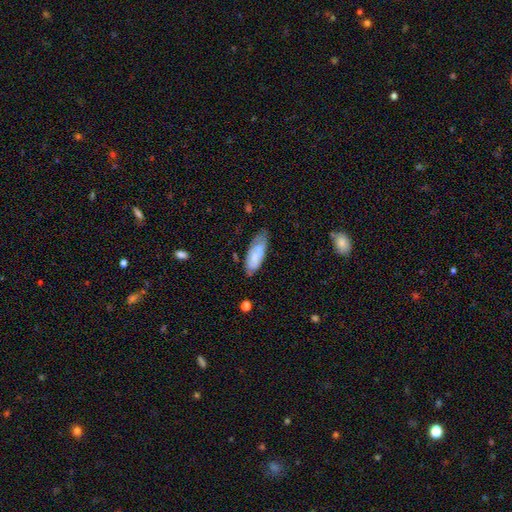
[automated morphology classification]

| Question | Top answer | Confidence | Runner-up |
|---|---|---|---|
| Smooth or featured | smooth | 61% | featured or disk (32%) |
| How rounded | in between | 74% | cigar-shaped (24%) |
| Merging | none | 59% | minor disturbance (30%) |